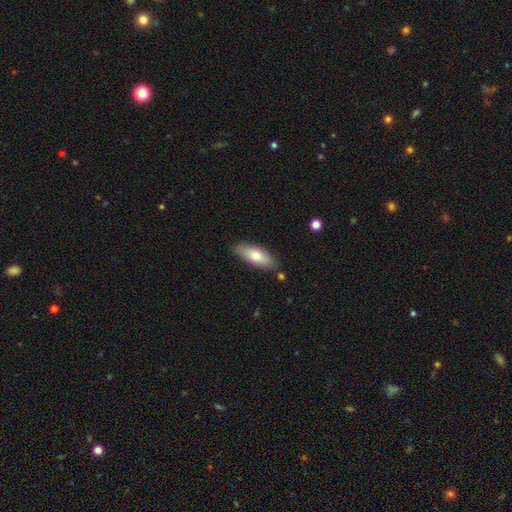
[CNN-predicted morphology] type=smooth (72%); roundness=in between (72%); merging=none (82%).